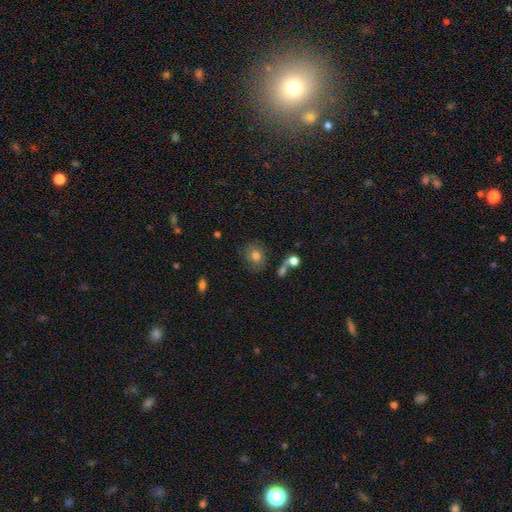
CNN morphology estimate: The model was most divided on "how rounded": round: 59%, in between: 40%, cigar-shaped: 1%. More confident: smooth or featured — smooth (77%); merging — none (71%).